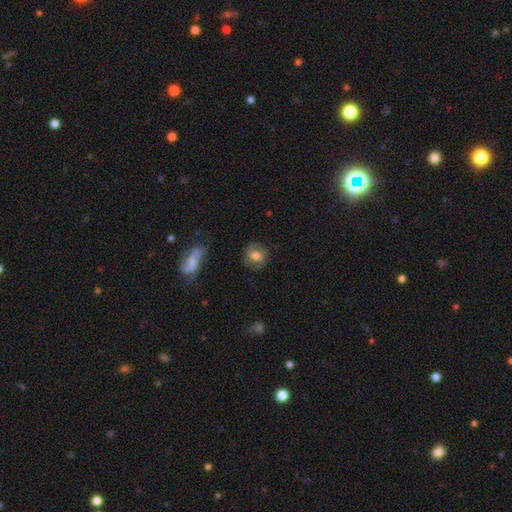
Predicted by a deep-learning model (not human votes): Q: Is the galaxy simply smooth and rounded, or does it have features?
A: smooth — 53%.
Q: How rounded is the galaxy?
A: round — 64%.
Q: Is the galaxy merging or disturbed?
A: none — 74%.